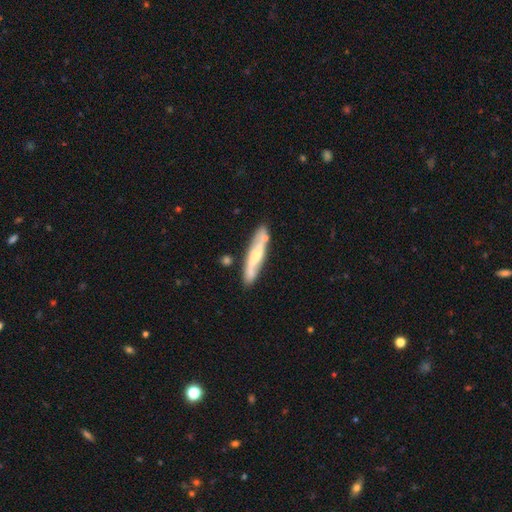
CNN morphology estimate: Q: Smooth or featured?
A: featured or disk (55%); runner-up: smooth (39%)
Q: Edge-on disk?
A: yes (51%); runner-up: no (49%)
Q: Merging?
A: none (73%); runner-up: minor disturbance (16%)